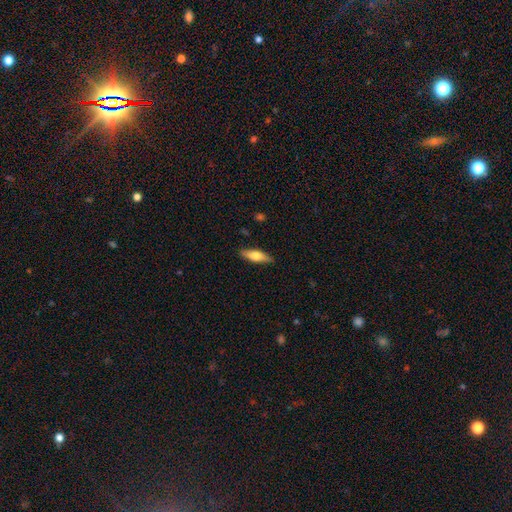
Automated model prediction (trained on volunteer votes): The model was most divided on "how rounded": cigar-shaped: 53%, in between: 44%, round: 2%. More confident: merging — none (88%); smooth or featured — smooth (56%).